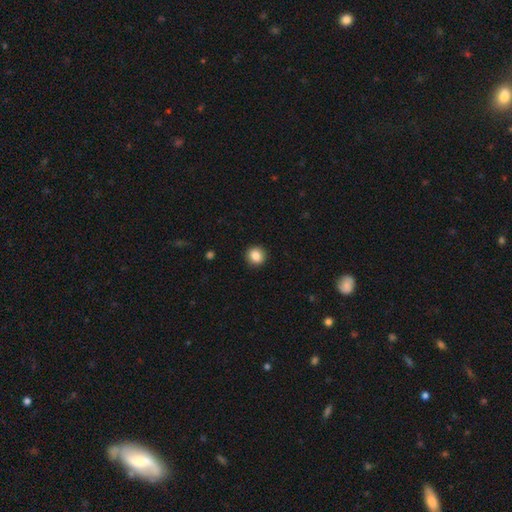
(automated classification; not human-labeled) smooth-or-featured: smooth: 86% | star or artifact: 9% | featured or disk: 5%
  how-rounded: round: 91% | in between: 8% | cigar-shaped: 1%
  merging: none: 93% | minor disturbance: 5% | major disturbance: 2% | merger: 1%